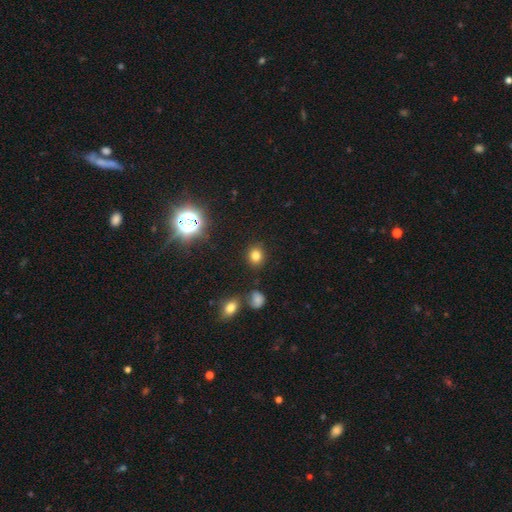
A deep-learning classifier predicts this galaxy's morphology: smooth 79%, star or artifact 15%, featured or disk 6%. Down the decision tree: how rounded — round (73%); merging — none (87%).